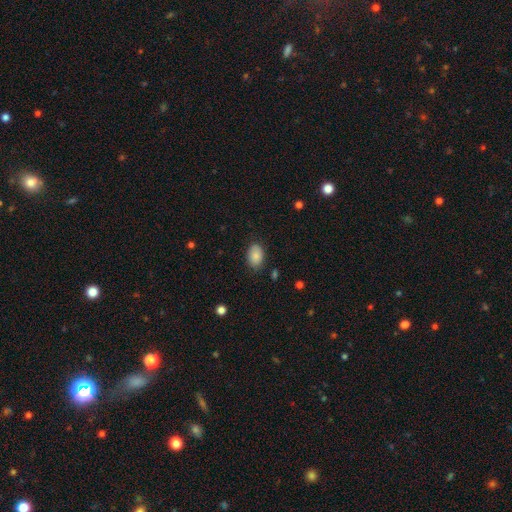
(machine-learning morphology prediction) Smooth or featured? Predicted: smooth (p=0.85). How rounded? Predicted: in between (p=0.86). Merging? Predicted: none (p=0.82).